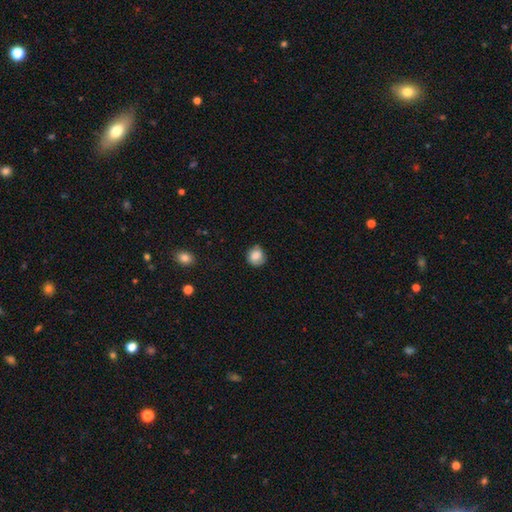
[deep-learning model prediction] A smooth galaxy with no disk features (84%) that is round (81%).

Vote fractions:
- Smooth or featured? smooth: 84% / star or artifact: 8% / featured or disk: 8%
- How rounded? round: 81% / in between: 18% / cigar-shaped: 1%
- Merging? none: 73% / minor disturbance: 21% / major disturbance: 5% / merger: 1%